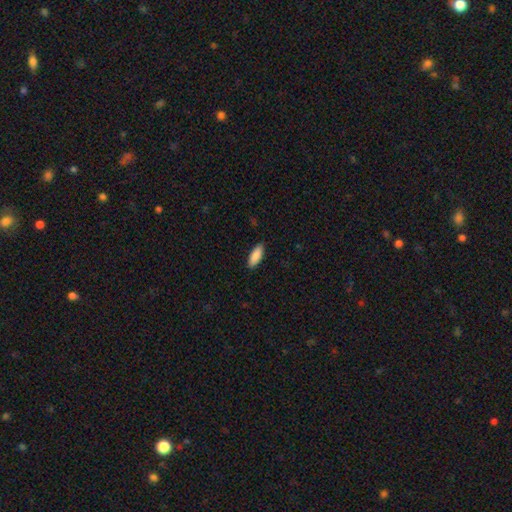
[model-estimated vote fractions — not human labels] A smooth galaxy with no disk features (89%) that is in between round and cigar-shaped (74%). Merging: none (88%).